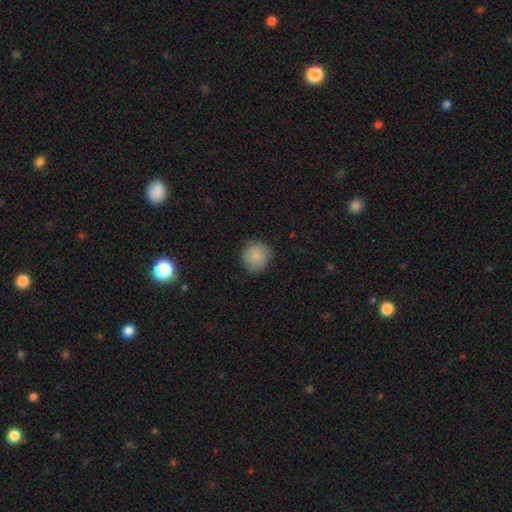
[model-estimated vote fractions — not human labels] A smooth galaxy with no disk features (86%) that is round (88%). Merging: none (80%).